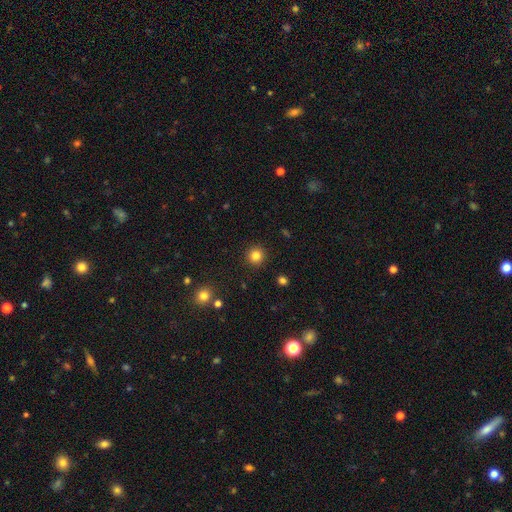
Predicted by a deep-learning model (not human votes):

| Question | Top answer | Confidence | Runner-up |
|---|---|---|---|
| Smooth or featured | smooth | 83% | star or artifact (12%) |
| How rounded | round | 95% | in between (4%) |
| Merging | none | 92% | minor disturbance (5%) |